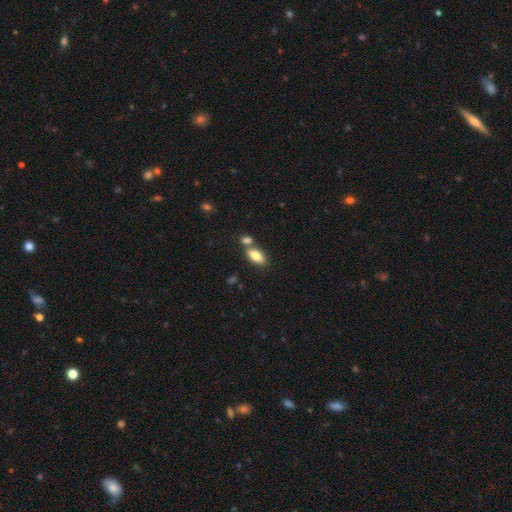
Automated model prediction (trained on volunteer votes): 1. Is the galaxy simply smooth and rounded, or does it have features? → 78% smooth, 15% featured or disk, 7% star or artifact.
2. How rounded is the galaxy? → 89% in between, 6% cigar-shaped, 5% round.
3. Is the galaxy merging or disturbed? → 59% none, 28% merger, 10% minor disturbance, 3% major disturbance.